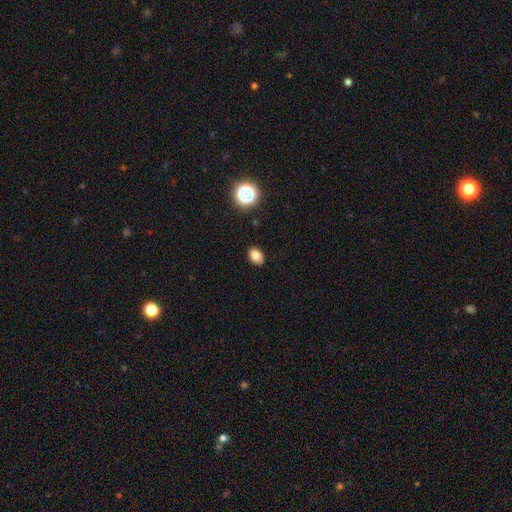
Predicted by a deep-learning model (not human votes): A smooth galaxy with no disk features (83%) that is in between round and cigar-shaped (76%). Merging: none (88%).